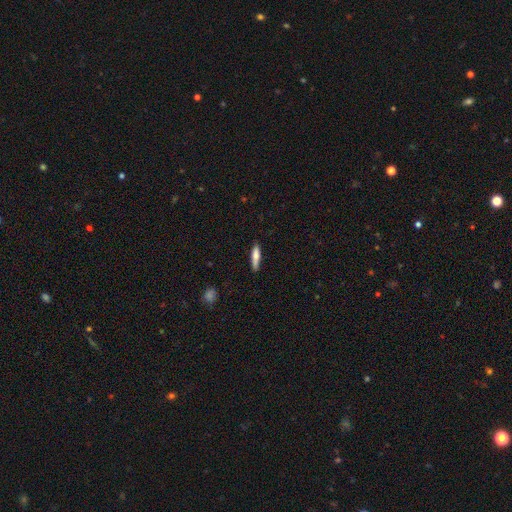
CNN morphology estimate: A smooth galaxy with no disk features (74%) that is cigar-shaped (78%).

Vote fractions:
- Smooth or featured? smooth: 74% / featured or disk: 20% / star or artifact: 6%
- How rounded? cigar-shaped: 78% / in between: 20% / round: 2%
- Merging? none: 81% / minor disturbance: 14% / major disturbance: 3% / merger: 2%